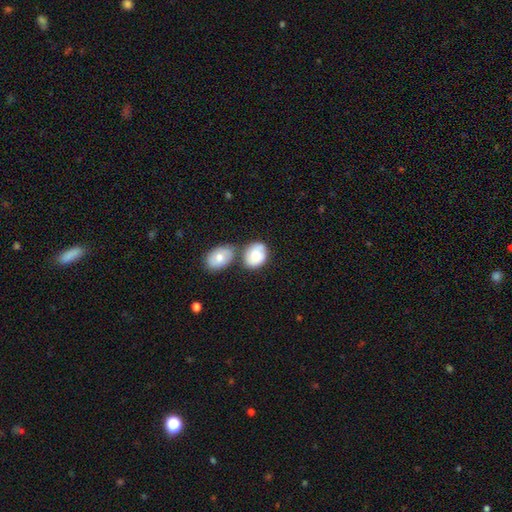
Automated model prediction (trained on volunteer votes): The model was most divided on "how rounded": in between: 53%, round: 46%, cigar-shaped: 1%. Remaining: smooth or featured — smooth (64%); merging — none (43%).